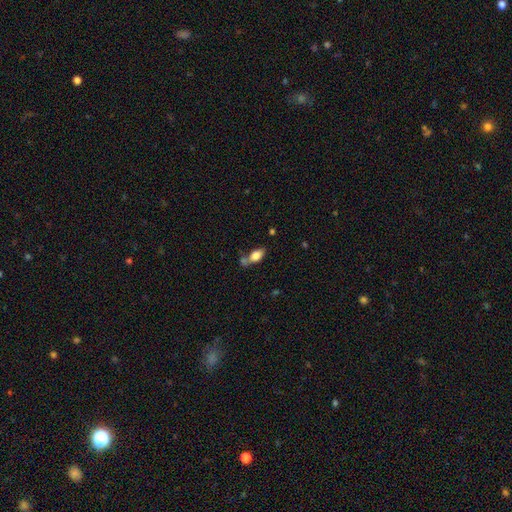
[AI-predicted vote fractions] Smooth or featured?
  - smooth: 76% *
  - featured or disk: 16%
  - star or artifact: 8%
How rounded?
  - in between: 86% *
  - cigar-shaped: 8%
  - round: 6%
Merging?
  - none: 46% *
  - merger: 30%
  - minor disturbance: 17%
  - major disturbance: 7%